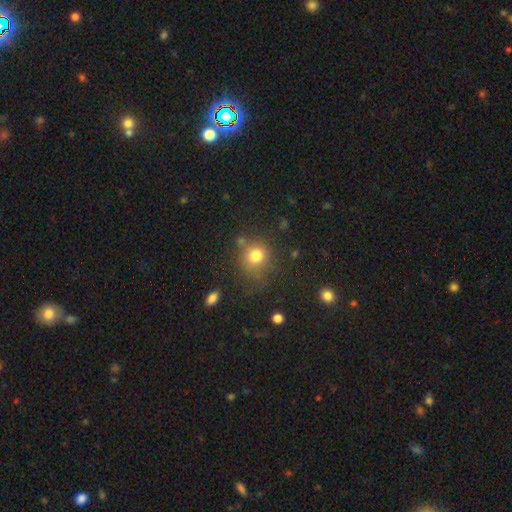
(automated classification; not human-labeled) A smooth galaxy with no disk features (78%) that is round (84%). Merging: none (68%).